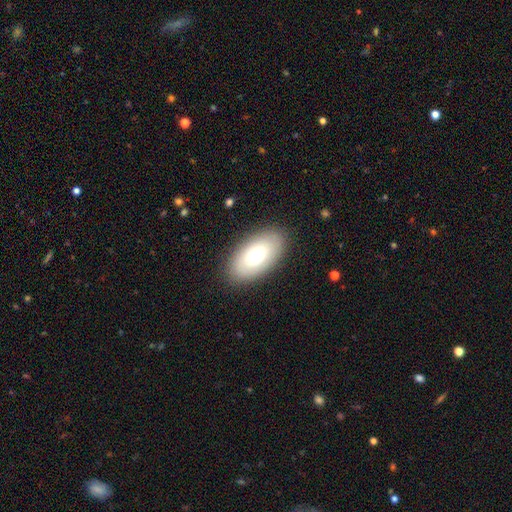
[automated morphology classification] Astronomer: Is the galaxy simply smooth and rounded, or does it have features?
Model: smooth — 73%.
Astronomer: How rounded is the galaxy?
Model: in between — 94%.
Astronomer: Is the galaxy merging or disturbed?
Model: none — 87%.